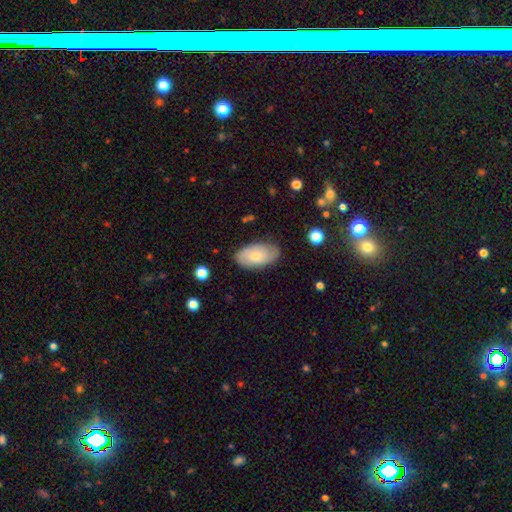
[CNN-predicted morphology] type=smooth (62%); roundness=in between (94%); merging=none (79%).